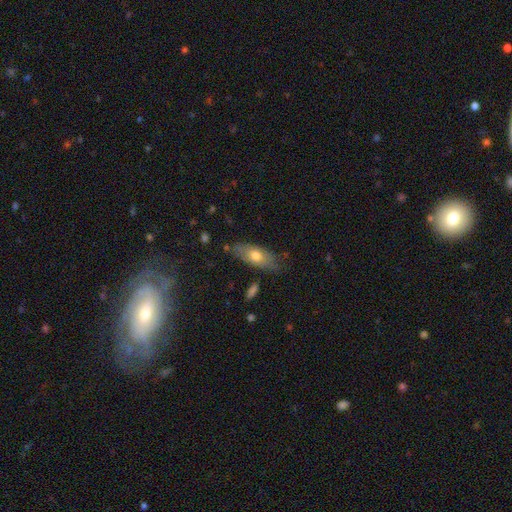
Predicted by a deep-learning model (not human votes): This is likely a smooth galaxy (66%). How rounded: likely in between (78%). Merging: likely none (73%).